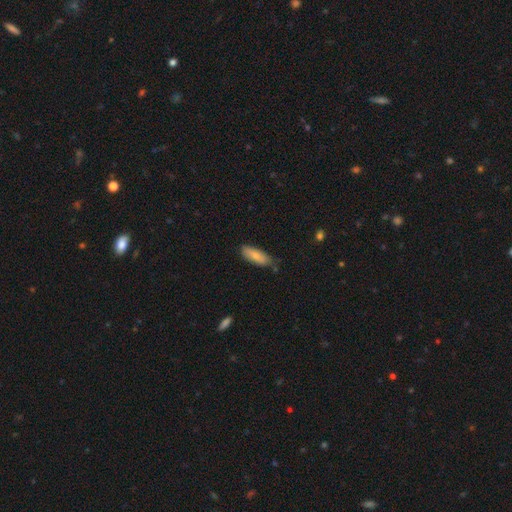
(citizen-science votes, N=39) A smooth galaxy with no disk features (87%) that is in between round and cigar-shaped (74%). Merging: none (73%).